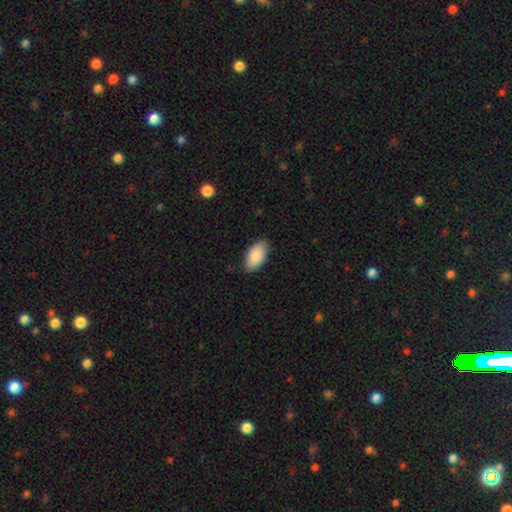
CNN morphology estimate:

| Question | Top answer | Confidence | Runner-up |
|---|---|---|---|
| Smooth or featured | smooth | 87% | featured or disk (8%) |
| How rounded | in between | 95% | cigar-shaped (2%) |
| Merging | none | 85% | minor disturbance (11%) |